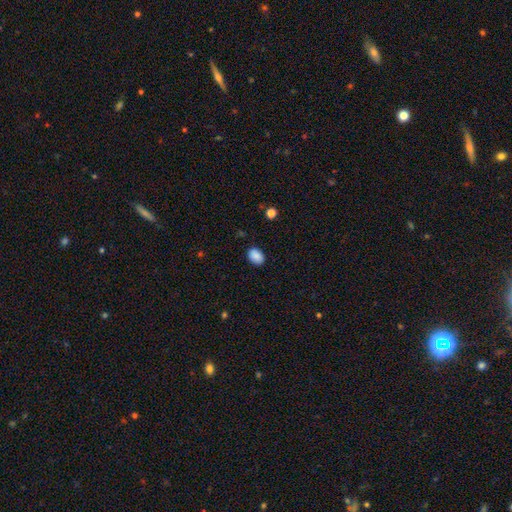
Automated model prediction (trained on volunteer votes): Morphology: type=smooth (89%); roundness=in between (81%); merging=none (87%).